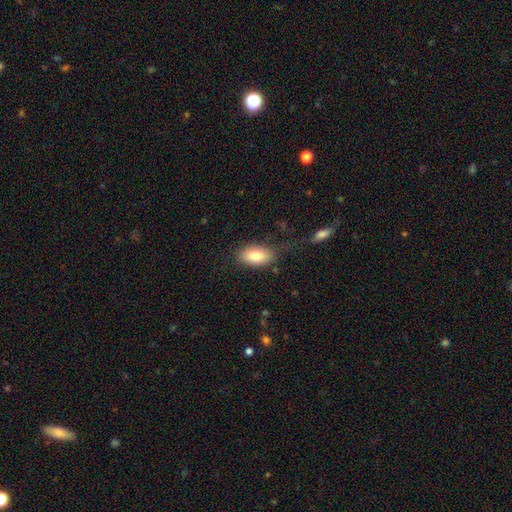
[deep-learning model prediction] Smooth or featured: smooth — 82% (featured or disk — 11%)
How rounded: in between — 92% (round — 5%)
Merging: none — 72% (minor disturbance — 17%)